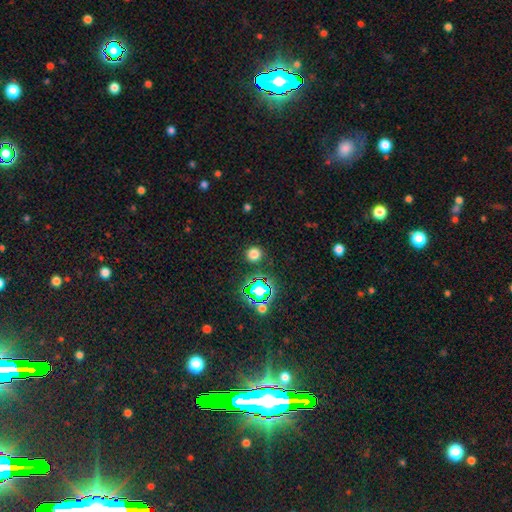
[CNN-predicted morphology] The model was most divided on "smooth or featured": star or artifact: 74%, smooth: 18%, featured or disk: 8%.